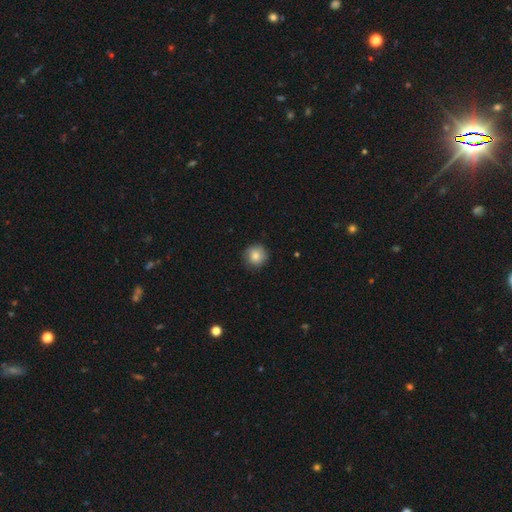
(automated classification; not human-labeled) smooth 82%, featured or disk 9%, star or artifact 9%. Down the decision tree: how rounded — round (94%); merging — none (86%).